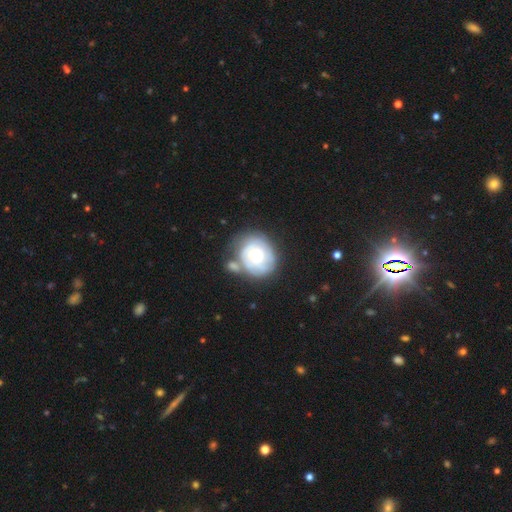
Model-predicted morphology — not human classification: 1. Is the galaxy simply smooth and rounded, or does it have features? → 58% featured or disk, 35% smooth, 7% star or artifact.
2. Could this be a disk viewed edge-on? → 97% no, 3% yes.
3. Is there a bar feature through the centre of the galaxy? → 81% no, 16% weak, 3% strong.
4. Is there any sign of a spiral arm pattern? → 70% yes, 30% no.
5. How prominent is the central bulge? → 63% moderate, 26% small, 9% large, 1% dominant, 1% none.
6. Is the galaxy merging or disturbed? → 52% none, 20% minor disturbance, 18% merger, 10% major disturbance.